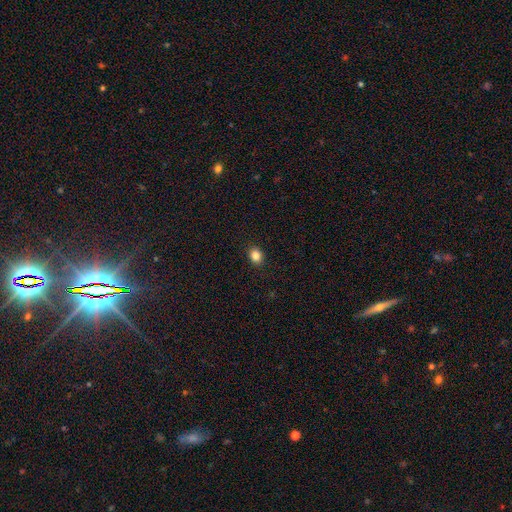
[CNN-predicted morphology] This is clearly a smooth galaxy (84%). How rounded: possibly round (56%). Merging: clearly none (91%).